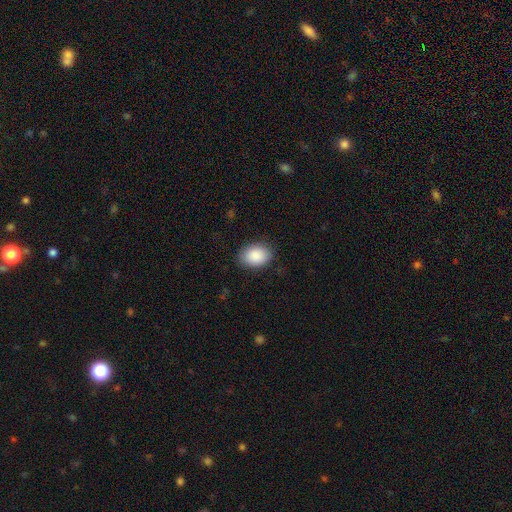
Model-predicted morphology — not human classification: A smooth galaxy with no disk features (89%) that is in between round and cigar-shaped (74%). Merging: none (86%).